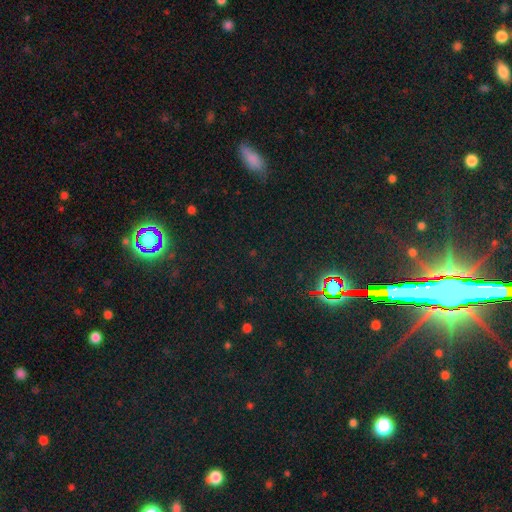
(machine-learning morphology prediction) Smooth or featured: star or artifact — 73% (smooth — 15%)